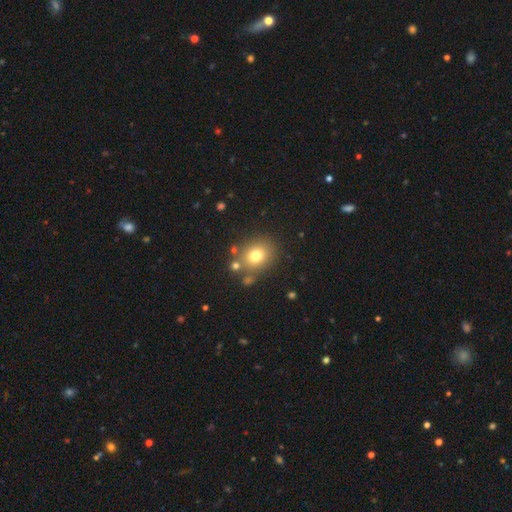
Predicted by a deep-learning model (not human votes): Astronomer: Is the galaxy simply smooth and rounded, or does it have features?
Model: smooth — 75%.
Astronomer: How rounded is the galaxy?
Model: round — 65%.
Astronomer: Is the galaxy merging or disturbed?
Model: none — 76%.